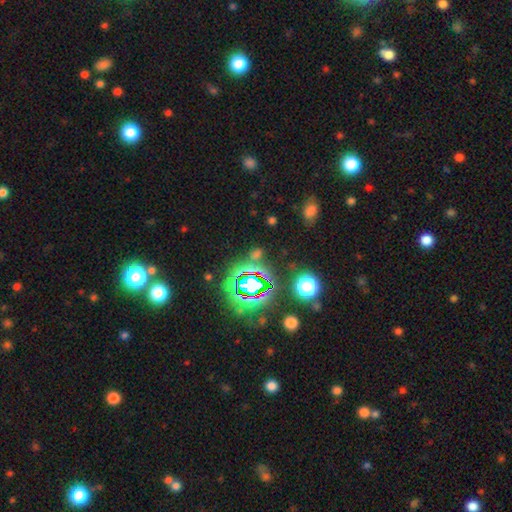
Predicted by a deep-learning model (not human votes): Smooth or featured? star or artifact (56%)